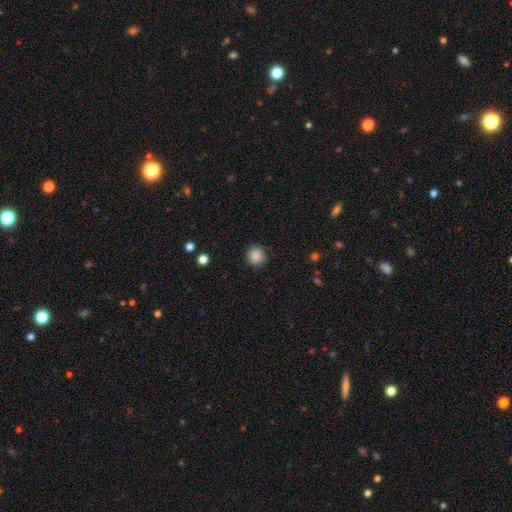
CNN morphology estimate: Smooth or featured?
  - smooth: 88% *
  - star or artifact: 10%
  - featured or disk: 3%
How rounded?
  - round: 93% *
  - in between: 6%
  - cigar-shaped: 1%
Merging?
  - none: 89% *
  - minor disturbance: 7%
  - major disturbance: 2%
  - merger: 1%